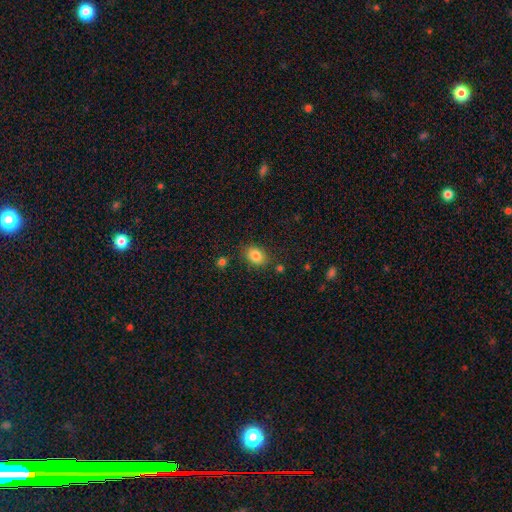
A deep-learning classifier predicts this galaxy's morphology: A smooth galaxy with no disk features (84%) that is in between round and cigar-shaped (65%).

Vote fractions:
- Smooth or featured? smooth: 84% / star or artifact: 10% / featured or disk: 6%
- How rounded? in between: 65% / round: 34% / cigar-shaped: 1%
- Merging? none: 82% / minor disturbance: 11% / merger: 3% / major disturbance: 3%